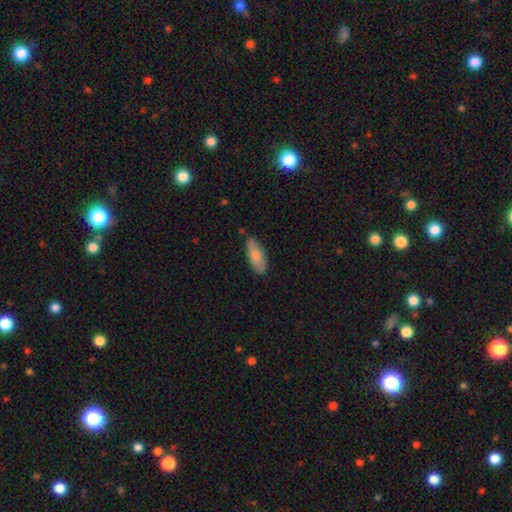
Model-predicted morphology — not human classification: Smooth or featured? Predicted: smooth (p=0.78). How rounded? Predicted: in between (p=0.76). Merging? Predicted: none (p=0.82).